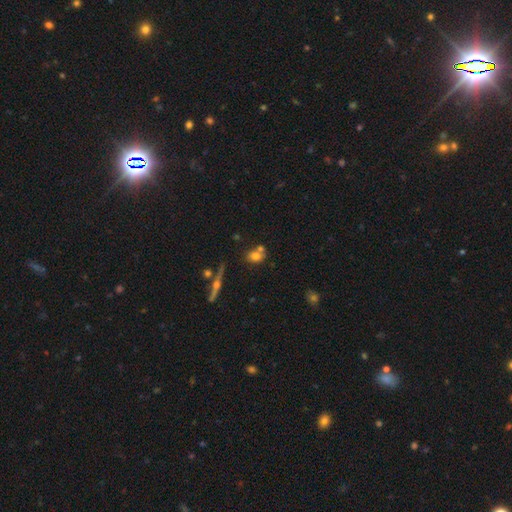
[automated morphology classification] The model was most divided on "how rounded": in between: 53%, round: 43%, cigar-shaped: 3%. More confident: smooth or featured — smooth (68%); merging — none (52%).